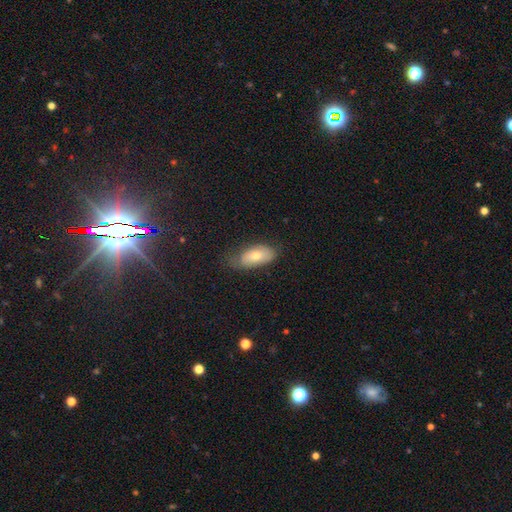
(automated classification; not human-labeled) A smooth galaxy with no disk features (66%) that is in between round and cigar-shaped (88%).

Vote fractions:
- Smooth or featured? smooth: 66% / featured or disk: 24% / star or artifact: 10%
- How rounded? in between: 88% / cigar-shaped: 8% / round: 3%
- Merging? none: 62% / minor disturbance: 29% / major disturbance: 8% / merger: 2%